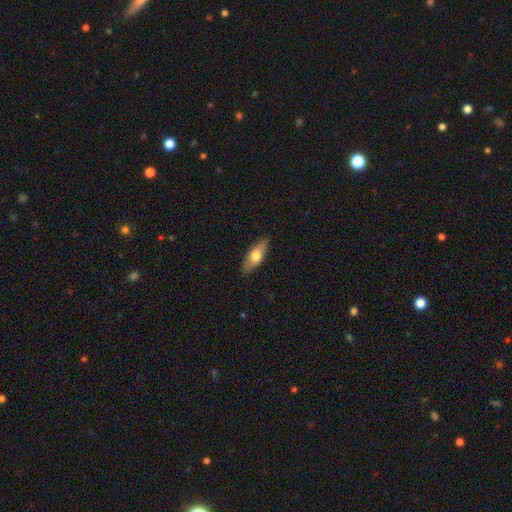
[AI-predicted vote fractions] This appears to be a smooth galaxy with no disk features (68%) that is in between round and cigar-shaped (73%). Merging: none (87%).